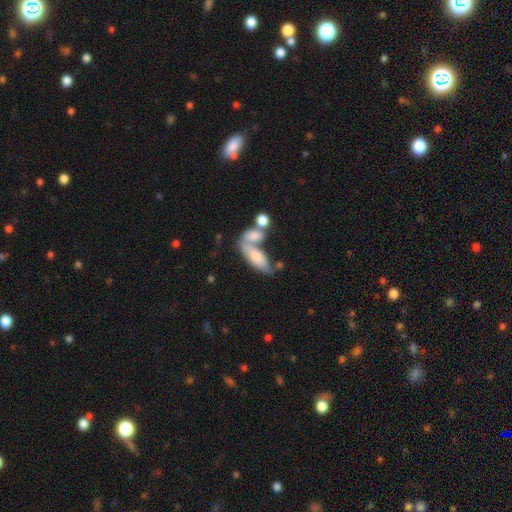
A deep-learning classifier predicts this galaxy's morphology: This is likely a smooth galaxy (63%). How rounded: likely in between (71%). Merging: possibly merger (48%).